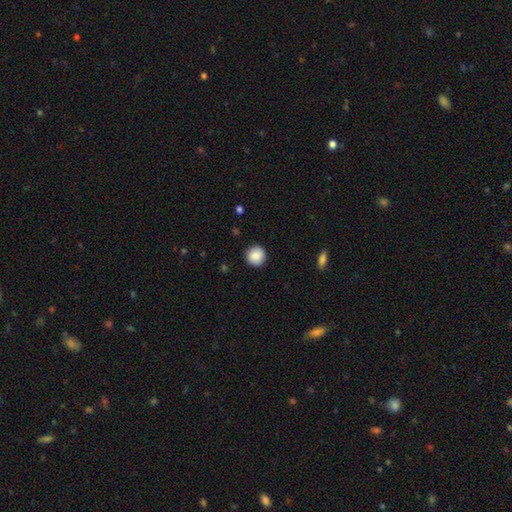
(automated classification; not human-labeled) Smooth or featured?
  - smooth: 89% *
  - star or artifact: 8%
  - featured or disk: 4%
How rounded?
  - round: 94% *
  - in between: 5%
  - cigar-shaped: 1%
Merging?
  - none: 91% *
  - minor disturbance: 6%
  - major disturbance: 2%
  - merger: 1%